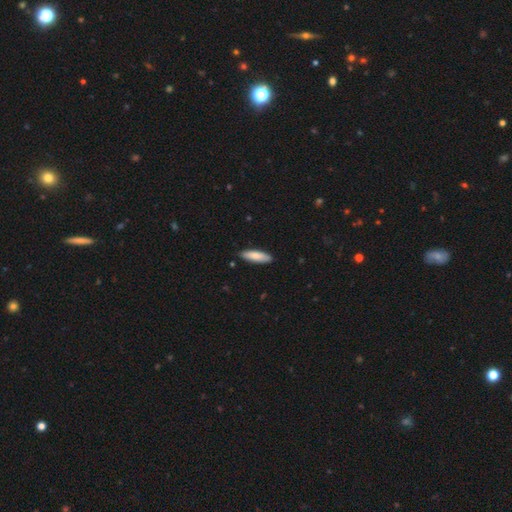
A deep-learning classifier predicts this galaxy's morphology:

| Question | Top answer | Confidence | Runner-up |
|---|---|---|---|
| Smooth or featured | smooth | 81% | featured or disk (14%) |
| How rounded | cigar-shaped | 57% | in between (42%) |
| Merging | none | 87% | minor disturbance (10%) |